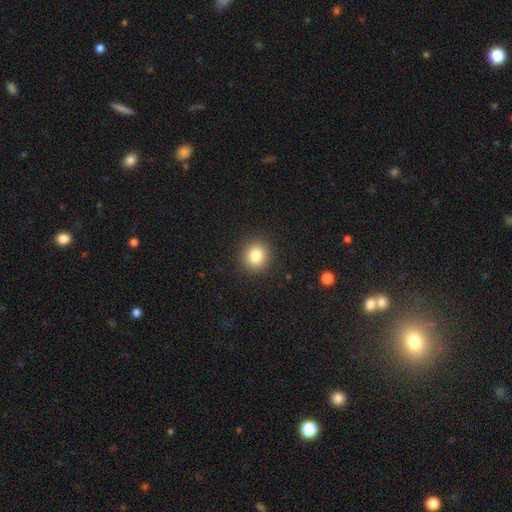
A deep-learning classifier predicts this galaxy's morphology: A smooth galaxy with no disk features (82%) that is round (88%). Merging: none (91%).